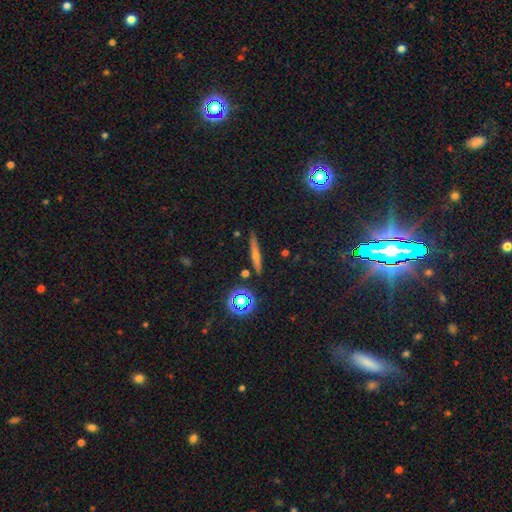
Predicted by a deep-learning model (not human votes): Q: Smooth or featured?
A: featured or disk (43%); runner-up: smooth (40%)
Q: Merging?
A: none (87%); runner-up: minor disturbance (9%)